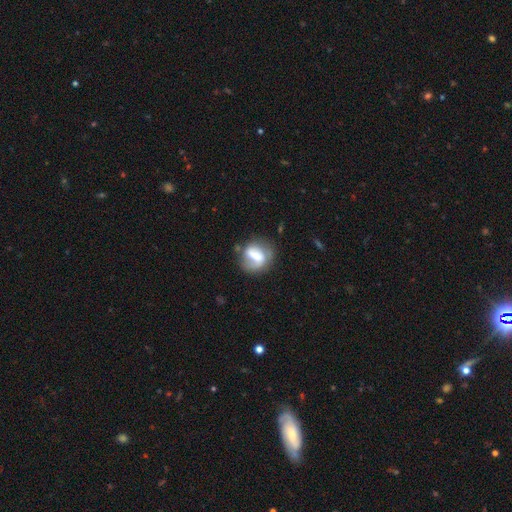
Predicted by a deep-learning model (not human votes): Smooth or featured? Predicted: featured or disk (p=0.47). Merging? Predicted: none (p=0.56).